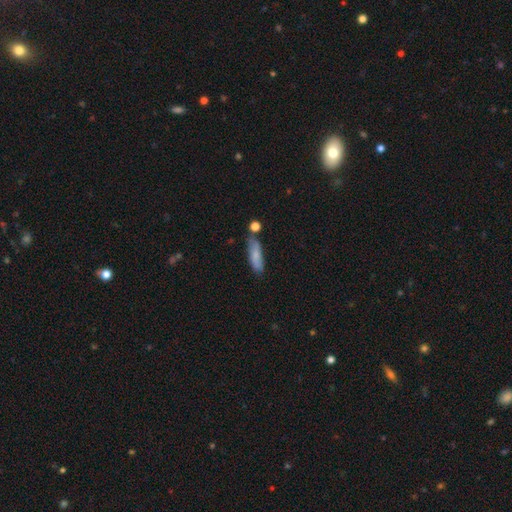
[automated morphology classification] Smooth or featured? smooth (76%)
How rounded? cigar-shaped (55%)
Merging? none (64%)